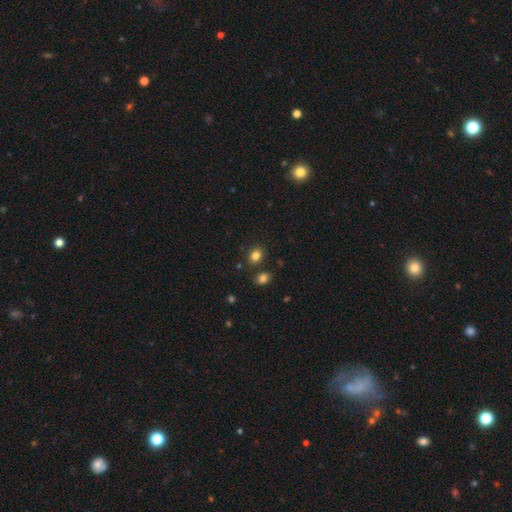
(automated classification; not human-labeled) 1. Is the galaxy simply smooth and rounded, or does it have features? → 83% smooth, 12% star or artifact, 5% featured or disk.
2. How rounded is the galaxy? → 51% in between, 48% round, 1% cigar-shaped.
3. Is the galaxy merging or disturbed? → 81% none, 10% minor disturbance, 7% merger, 3% major disturbance.